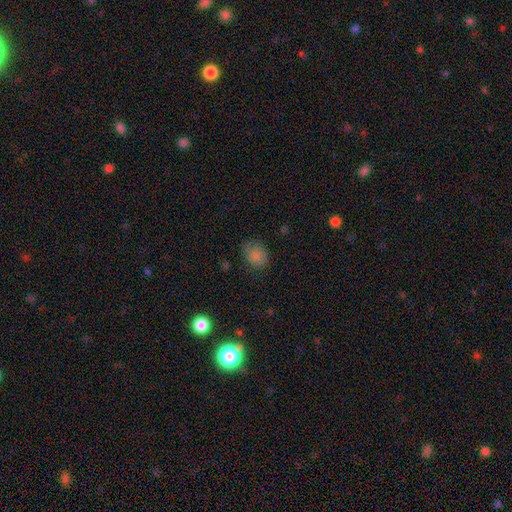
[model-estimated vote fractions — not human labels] smooth_or_featured: smooth (p=0.80) [alt: star or artifact p=0.12]
how_rounded: in between (p=0.52) [alt: round p=0.47]
merging: none (p=0.66) [alt: minor disturbance p=0.25]